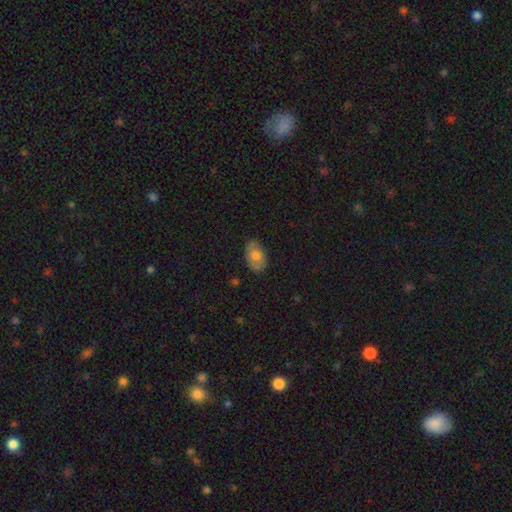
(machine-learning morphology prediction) smooth-or-featured: smooth: 68% | featured or disk: 24% | star or artifact: 7%
  how-rounded: in between: 90% | round: 9% | cigar-shaped: 1%
  merging: none: 81% | minor disturbance: 15% | major disturbance: 3% | merger: 1%